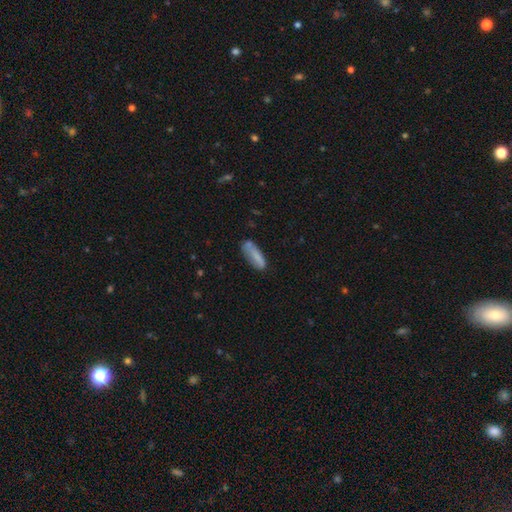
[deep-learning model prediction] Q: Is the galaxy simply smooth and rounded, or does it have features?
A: smooth — 77%.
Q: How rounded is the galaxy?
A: in between — 50%.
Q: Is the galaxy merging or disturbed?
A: none — 56%.